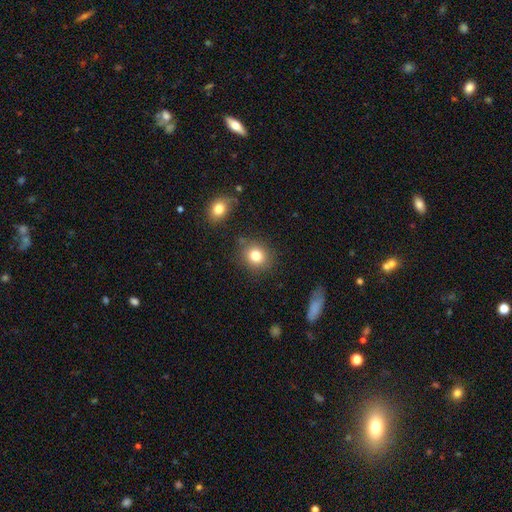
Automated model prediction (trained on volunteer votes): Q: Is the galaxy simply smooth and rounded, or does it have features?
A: smooth — 81%.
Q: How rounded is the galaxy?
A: round — 75%.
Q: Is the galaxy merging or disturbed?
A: none — 83%.